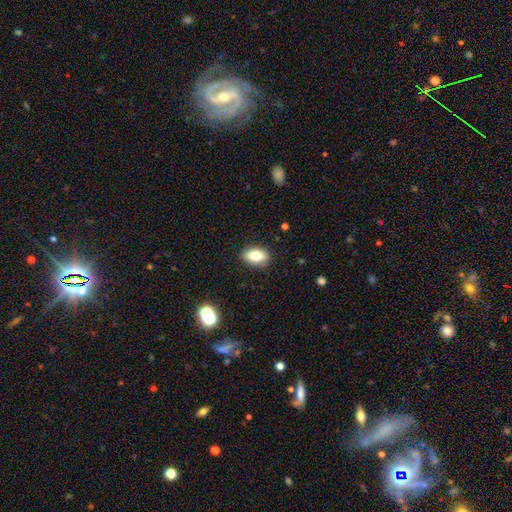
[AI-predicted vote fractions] A smooth galaxy with no disk features (78%) that is in between round and cigar-shaped (87%).

Vote fractions:
- Smooth or featured? smooth: 78% / featured or disk: 13% / star or artifact: 8%
- How rounded? in between: 87% / round: 9% / cigar-shaped: 4%
- Merging? none: 88% / minor disturbance: 9% / major disturbance: 2% / merger: 1%